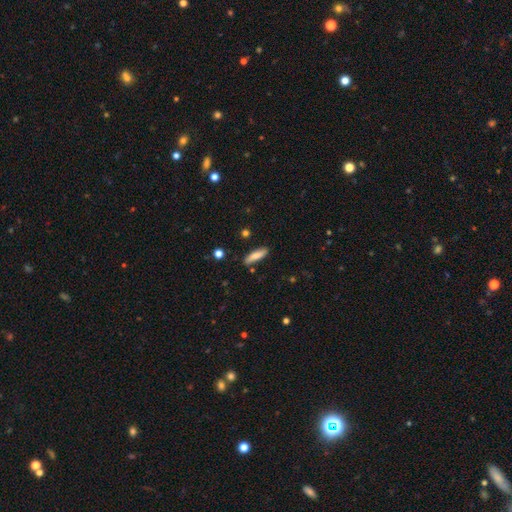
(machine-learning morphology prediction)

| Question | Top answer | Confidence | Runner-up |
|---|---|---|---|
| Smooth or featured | smooth | 79% | featured or disk (14%) |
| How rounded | cigar-shaped | 69% | in between (29%) |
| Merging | none | 83% | minor disturbance (12%) |